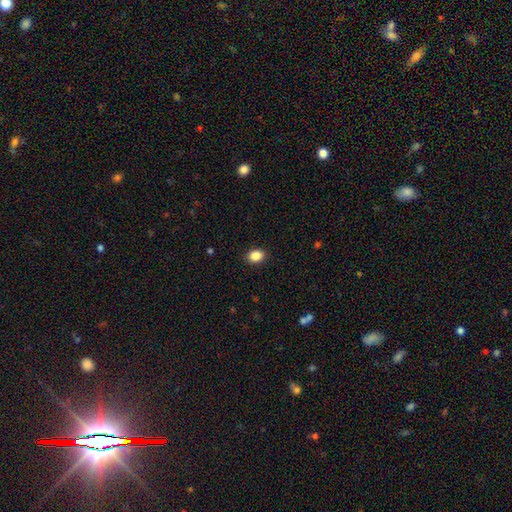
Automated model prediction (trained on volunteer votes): This is clearly a smooth galaxy (87%). How rounded: likely in between (67%). Merging: clearly none (90%).